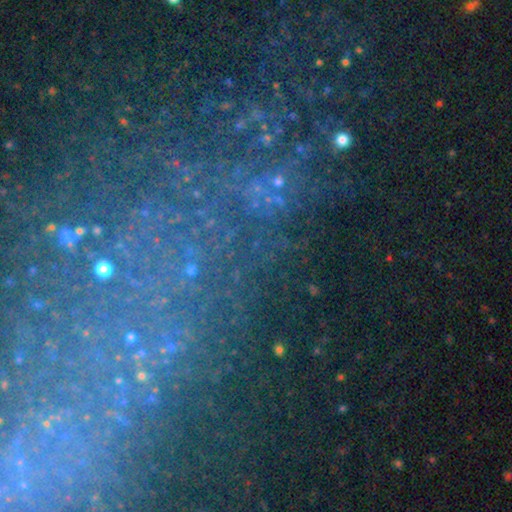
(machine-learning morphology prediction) This appears to be a star or artifact, not a galaxy (67%).